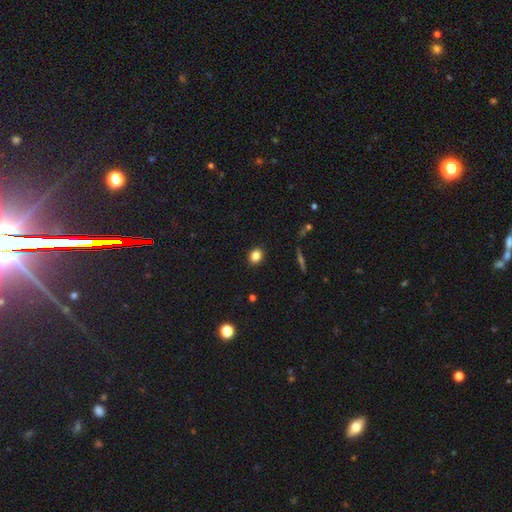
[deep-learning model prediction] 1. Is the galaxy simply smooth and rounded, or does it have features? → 83% smooth, 11% star or artifact, 6% featured or disk.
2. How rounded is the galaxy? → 57% round, 41% in between, 1% cigar-shaped.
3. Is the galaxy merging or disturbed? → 90% none, 7% minor disturbance, 2% major disturbance, 1% merger.